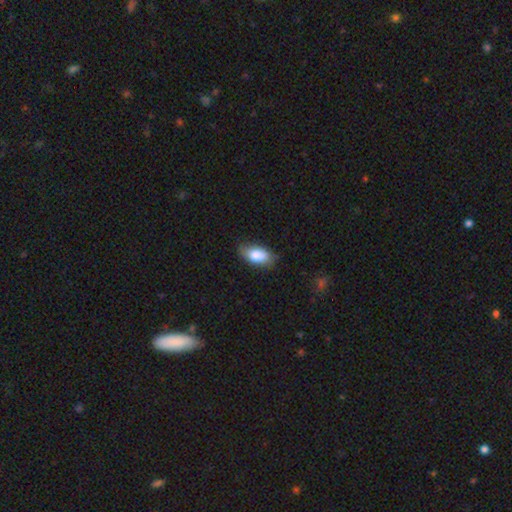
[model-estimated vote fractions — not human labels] This appears to be a smooth galaxy with no disk features (83%) that is in between round and cigar-shaped (91%). Merging: none (75%).